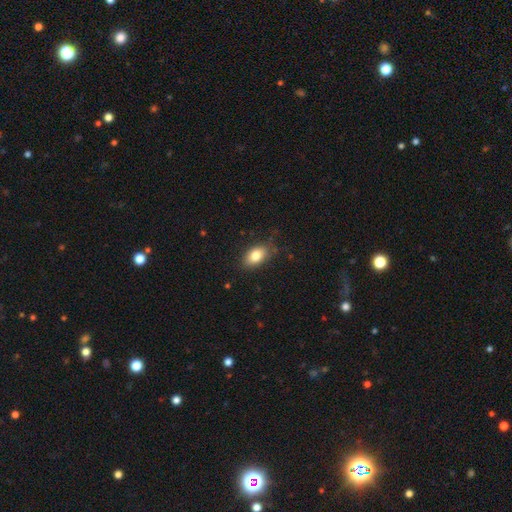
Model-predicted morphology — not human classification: Overall: smooth (81%). How rounded: in between (88%). Merging: none (80%).